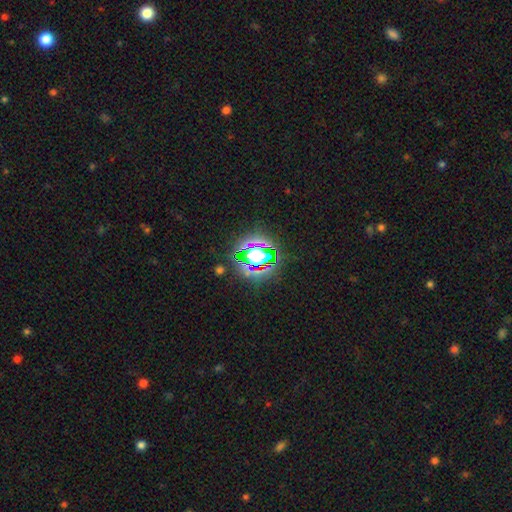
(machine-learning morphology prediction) smooth_or_featured: star or artifact (p=0.61) [alt: smooth p=0.25]